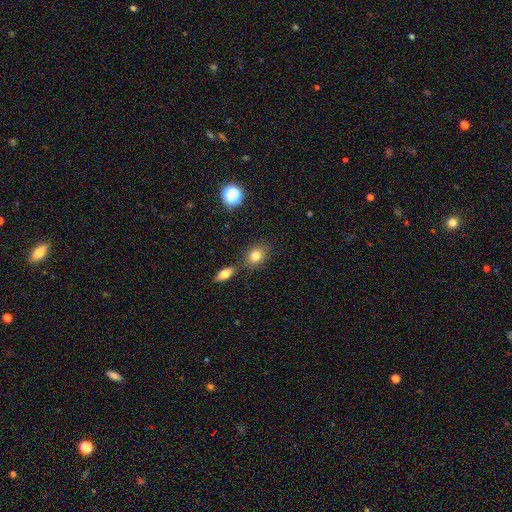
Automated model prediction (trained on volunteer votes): A smooth galaxy with no disk features (80%) that is in between round and cigar-shaped (53%).

Vote fractions:
- Smooth or featured? smooth: 80% / star or artifact: 11% / featured or disk: 9%
- How rounded? in between: 53% / round: 45% / cigar-shaped: 2%
- Merging? none: 75% / minor disturbance: 12% / merger: 11% / major disturbance: 3%